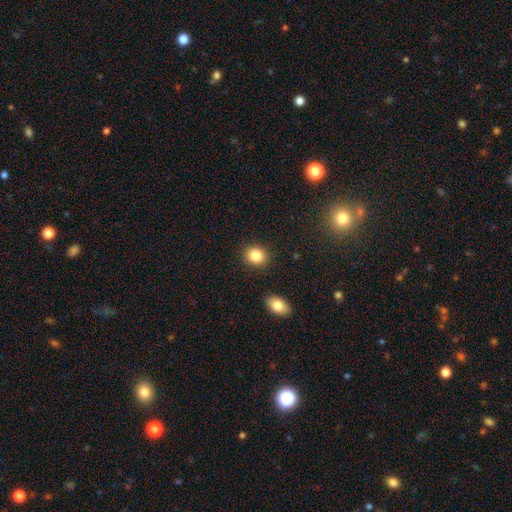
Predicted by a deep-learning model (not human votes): Overall: smooth (85%). How rounded: round (69%; in between 30%). Merging: none (88%).